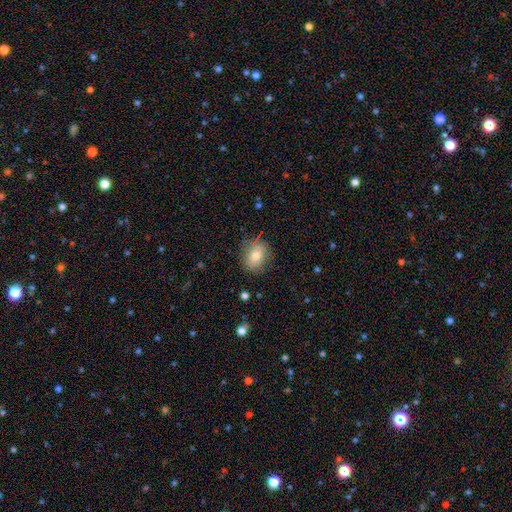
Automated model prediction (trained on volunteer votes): Smooth or featured? Predicted: smooth (p=0.75). How rounded? Predicted: in between (p=0.53). Merging? Predicted: none (p=0.79).